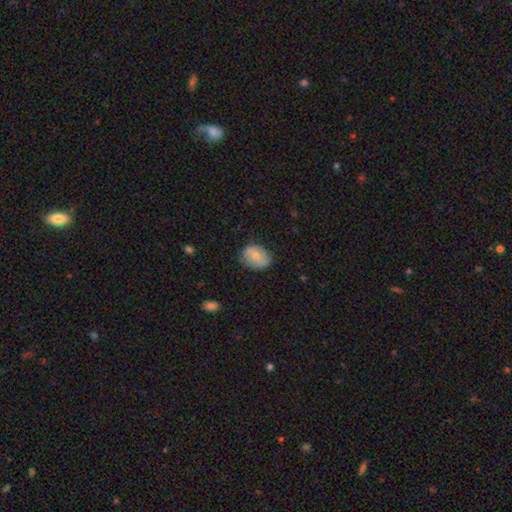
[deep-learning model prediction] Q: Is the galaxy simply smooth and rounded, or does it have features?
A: smooth — 70%.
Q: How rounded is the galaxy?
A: in between — 64%.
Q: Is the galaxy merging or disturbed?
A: none — 78%.